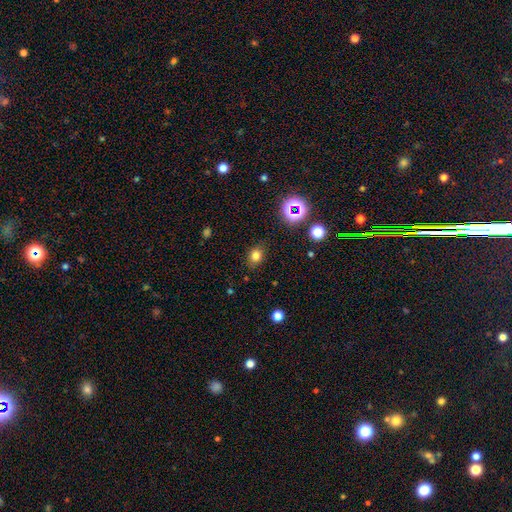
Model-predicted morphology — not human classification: Q: Smooth or featured?
A: smooth (76%); runner-up: star or artifact (17%)
Q: How rounded?
A: round (54%); runner-up: in between (45%)
Q: Merging?
A: none (83%); runner-up: minor disturbance (12%)